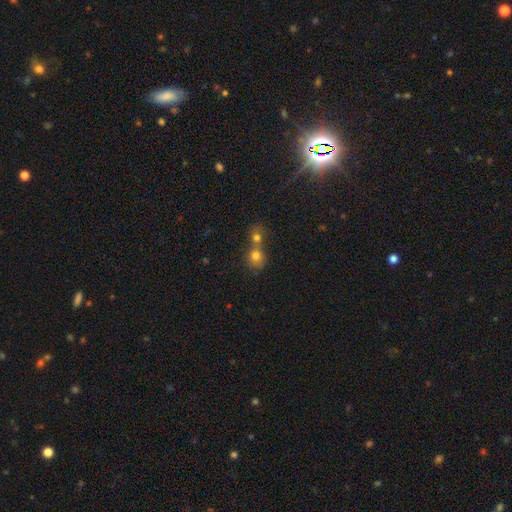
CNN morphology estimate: Smooth or featured? Predicted: smooth (p=0.76). How rounded? Predicted: round (p=0.77). Merging? Predicted: merger (p=0.64).